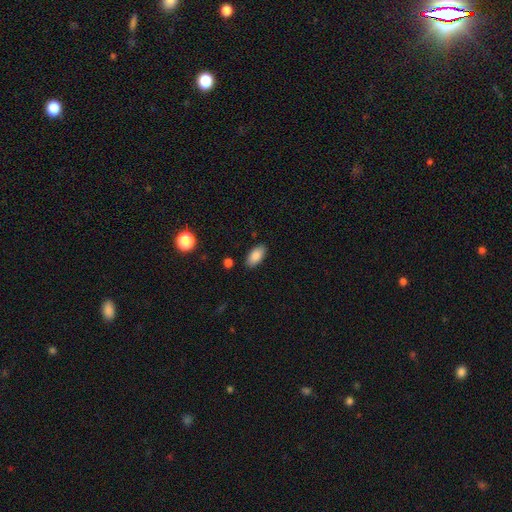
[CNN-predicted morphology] A smooth galaxy with no disk features (87%) that is in between round and cigar-shaped (92%).

Vote fractions:
- Smooth or featured? smooth: 87% / star or artifact: 8% / featured or disk: 5%
- How rounded? in between: 92% / cigar-shaped: 5% / round: 3%
- Merging? none: 87% / minor disturbance: 9% / major disturbance: 2% / merger: 2%